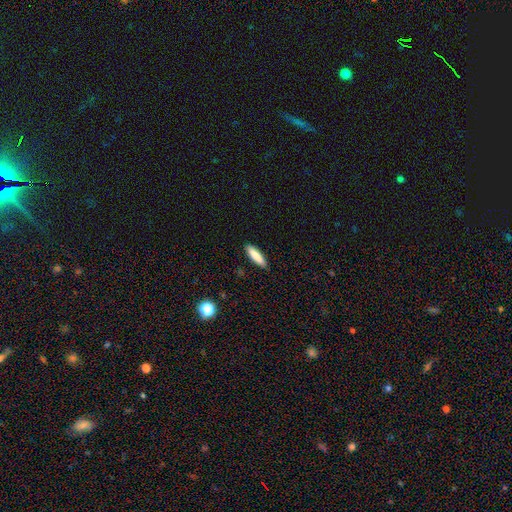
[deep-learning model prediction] This appears to be a smooth galaxy with no disk features (84%) that is cigar-shaped (66%). Merging: none (88%).